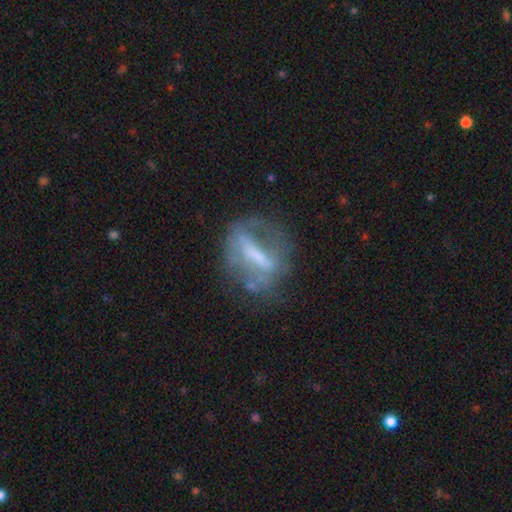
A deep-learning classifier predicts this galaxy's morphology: Smooth or featured?
  - featured or disk: 65% *
  - smooth: 24%
  - star or artifact: 10%
Edge-on disk?
  - no: 85% *
  - yes: 15%
Bar?
  - strong: 64% *
  - weak: 22%
  - no: 14%
Spiral arms?
  - no: 70% *
  - yes: 30%
Bulge size?
  - none: 32% * (tied)
  - small: 32% * (tied)
  - moderate: 28%
  - large: 6%
  - dominant: 2%
Merging?
  - none: 53% *
  - major disturbance: 22%
  - minor disturbance: 21%
  - merger: 4%